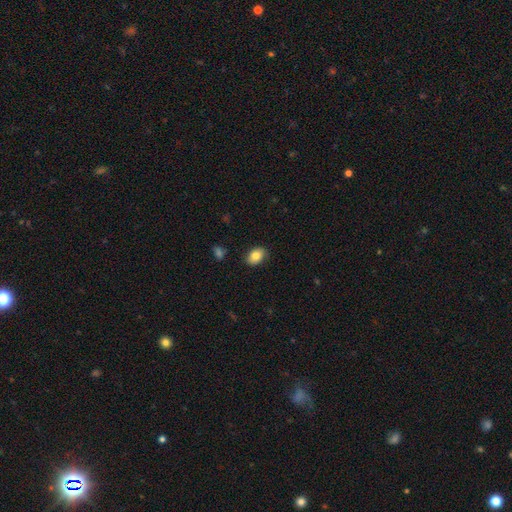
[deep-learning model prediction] Overall: smooth (82%). How rounded: in between (83%). Merging: none (87%).